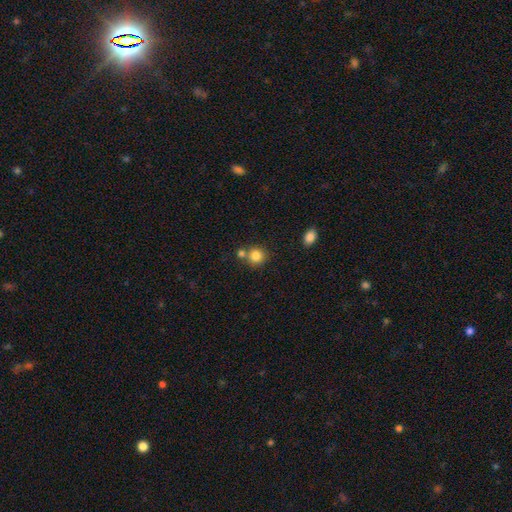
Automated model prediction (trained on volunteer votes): Overall: smooth (82%). How rounded: round (88%). Merging: none (62%; merger 27%).